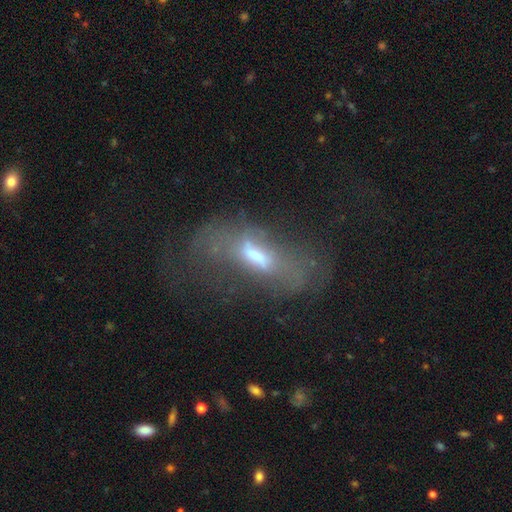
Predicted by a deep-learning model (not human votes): Smooth or featured? Predicted: featured or disk (p=0.56). Edge-on disk? Predicted: no (p=0.74). Merging? Predicted: major disturbance (p=0.39).